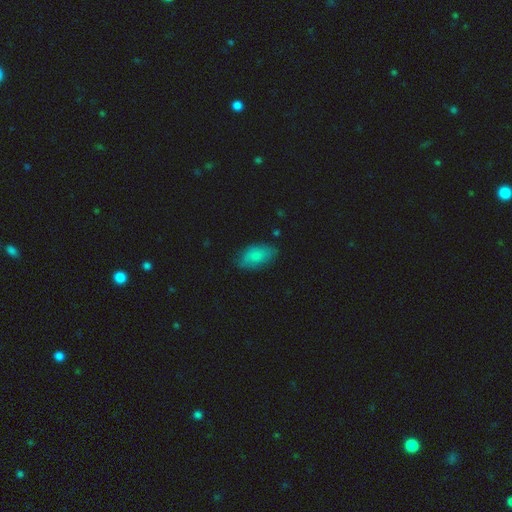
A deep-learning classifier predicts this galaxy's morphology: type=smooth (79%); roundness=in between (93%); merging=none (73%).